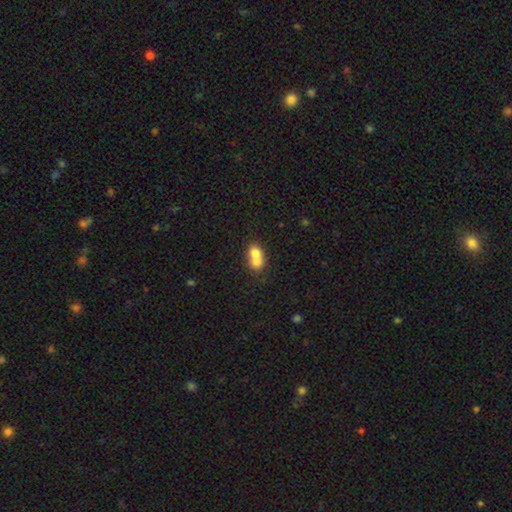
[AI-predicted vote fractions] A smooth galaxy with no disk features (69%) that is in between round and cigar-shaped (51%).

Vote fractions:
- Smooth or featured? smooth: 69% / featured or disk: 21% / star or artifact: 9%
- How rounded? in between: 51% / round: 48% / cigar-shaped: 1%
- Merging? merger: 73% / none: 19% / minor disturbance: 5% / major disturbance: 3%